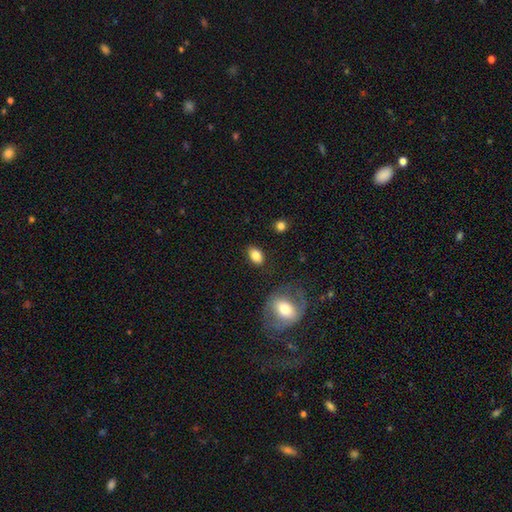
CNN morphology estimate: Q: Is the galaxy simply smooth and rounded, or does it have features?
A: smooth — 84%.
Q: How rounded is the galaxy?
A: in between — 86%.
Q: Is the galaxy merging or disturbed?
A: none — 85%.